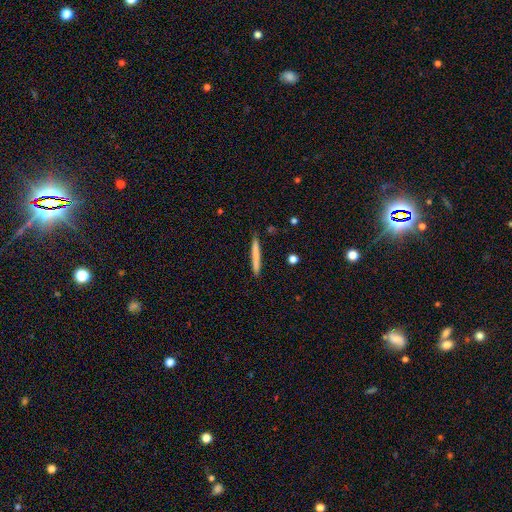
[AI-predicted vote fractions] A smooth galaxy with no disk features (72%) that is cigar-shaped (96%). Merging: none (89%).